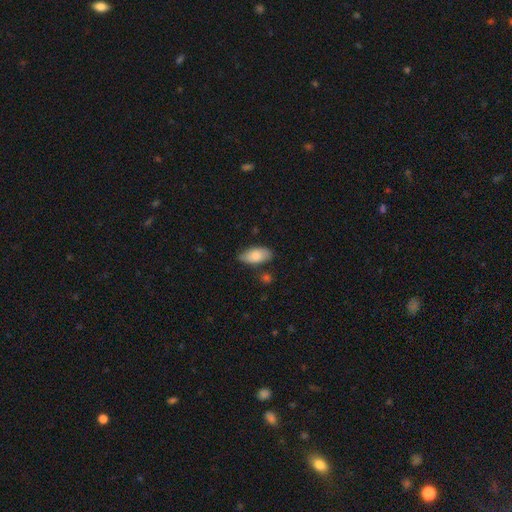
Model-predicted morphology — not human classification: Overall: smooth (81%). How rounded: in between (92%). Merging: none (74%).